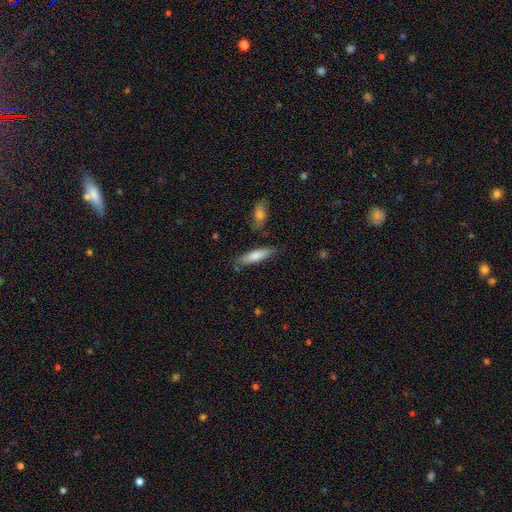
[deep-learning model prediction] smooth-or-featured: smooth: 76% | featured or disk: 18% | star or artifact: 6%
  how-rounded: cigar-shaped: 60% | in between: 38% | round: 2%
  merging: none: 75% | minor disturbance: 16% | merger: 5% | major disturbance: 3%